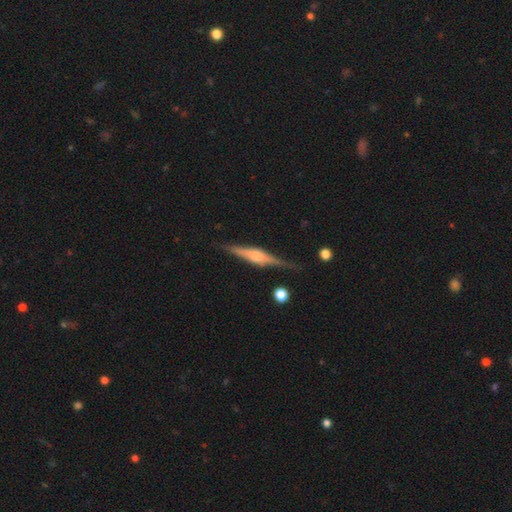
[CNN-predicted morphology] Q: Smooth or featured?
A: featured or disk (75%); runner-up: smooth (19%)
Q: Edge-on disk?
A: yes (97%); runner-up: no (3%)
Q: Edge-on bulge?
A: rounded (67%); runner-up: boxy (27%)
Q: Merging?
A: none (84%); runner-up: minor disturbance (12%)